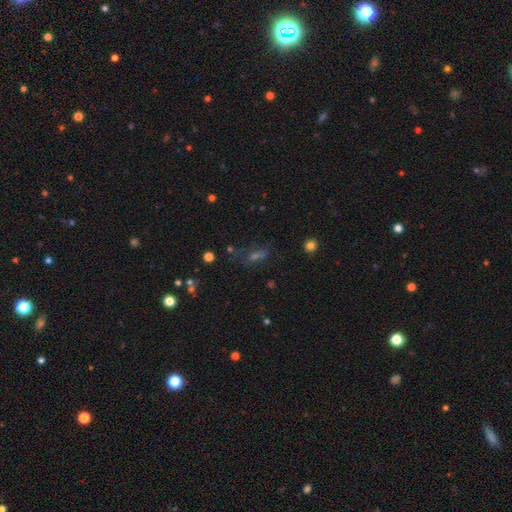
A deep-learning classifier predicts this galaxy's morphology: The model was most divided on "smooth or featured": star or artifact: 39%, smooth: 36%, featured or disk: 25%.